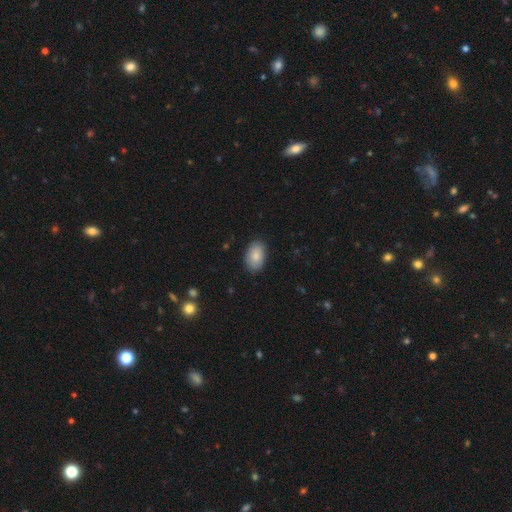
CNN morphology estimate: Smooth or featured?
  - smooth: 85% *
  - featured or disk: 8%
  - star or artifact: 6%
How rounded?
  - in between: 91% *
  - round: 7%
  - cigar-shaped: 1%
Merging?
  - none: 86% *
  - minor disturbance: 10%
  - major disturbance: 2%
  - merger: 1%